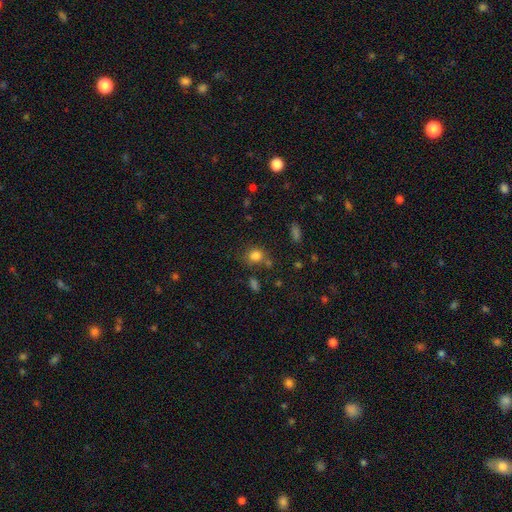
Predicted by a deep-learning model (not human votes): Smooth or featured: smooth — 80% (star or artifact — 13%)
How rounded: round — 65% (in between — 34%)
Merging: none — 64% (minor disturbance — 17%)